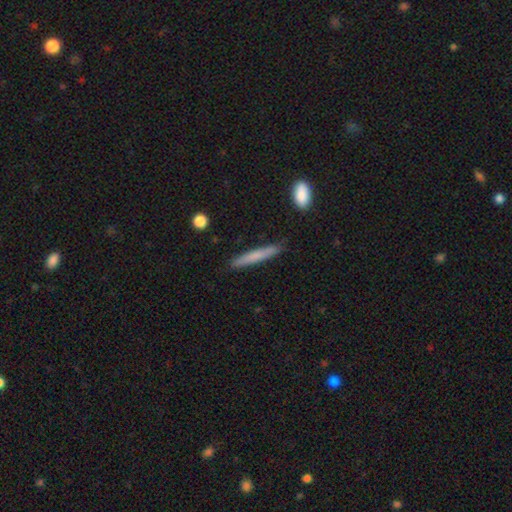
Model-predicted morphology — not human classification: Smooth or featured? Predicted: smooth (p=0.70). How rounded? Predicted: cigar-shaped (p=0.95). Merging? Predicted: none (p=0.87).